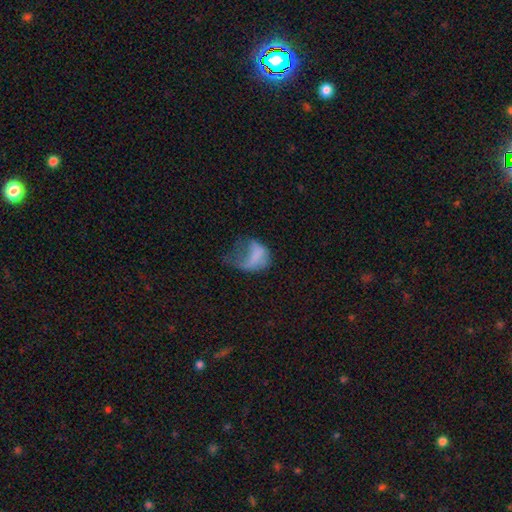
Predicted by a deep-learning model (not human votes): A smooth galaxy with no disk features (56%) that is in between round and cigar-shaped (70%). Merging: major disturbance (65%).